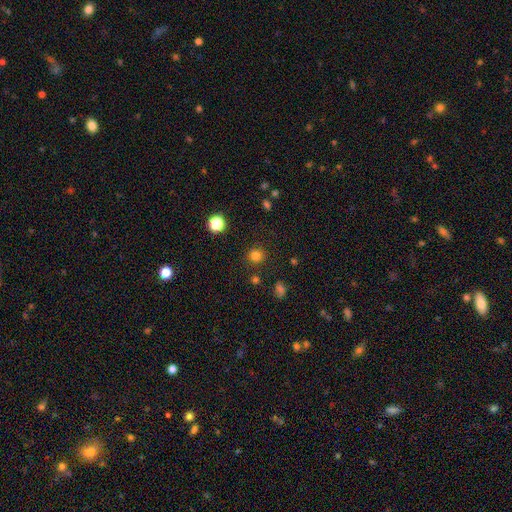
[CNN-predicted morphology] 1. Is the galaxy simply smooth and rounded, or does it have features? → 79% smooth, 16% star or artifact, 5% featured or disk.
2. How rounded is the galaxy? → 93% round, 7% in between, 1% cigar-shaped.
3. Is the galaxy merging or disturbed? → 88% none, 7% minor disturbance, 3% major disturbance, 2% merger.